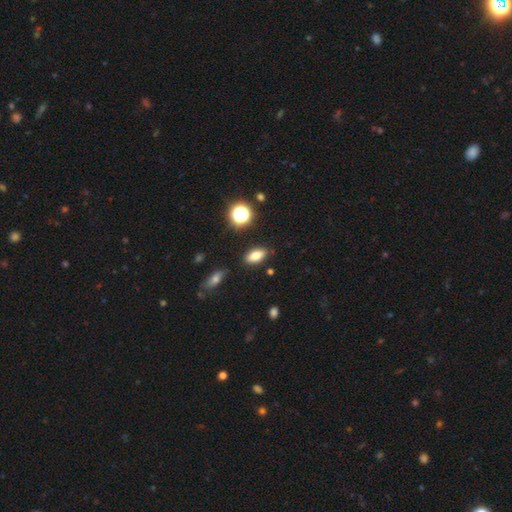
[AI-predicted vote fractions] Q: Smooth or featured?
A: smooth (76%); runner-up: featured or disk (12%)
Q: How rounded?
A: in between (79%); runner-up: cigar-shaped (13%)
Q: Merging?
A: none (86%); runner-up: minor disturbance (10%)